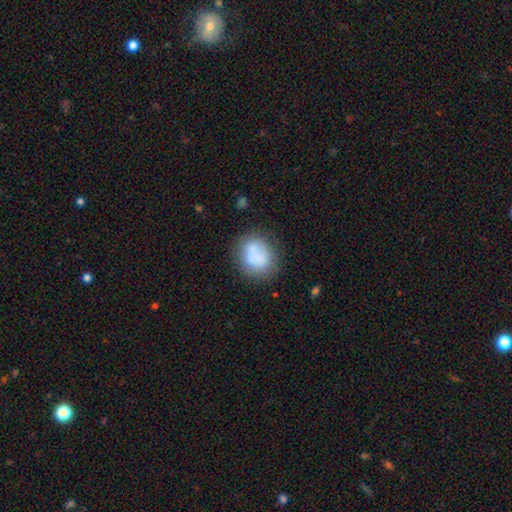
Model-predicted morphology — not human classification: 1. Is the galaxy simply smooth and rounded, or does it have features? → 72% smooth, 19% featured or disk, 9% star or artifact.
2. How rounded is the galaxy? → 59% round, 40% in between, 1% cigar-shaped.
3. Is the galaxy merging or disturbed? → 59% none, 20% minor disturbance, 12% merger, 9% major disturbance.